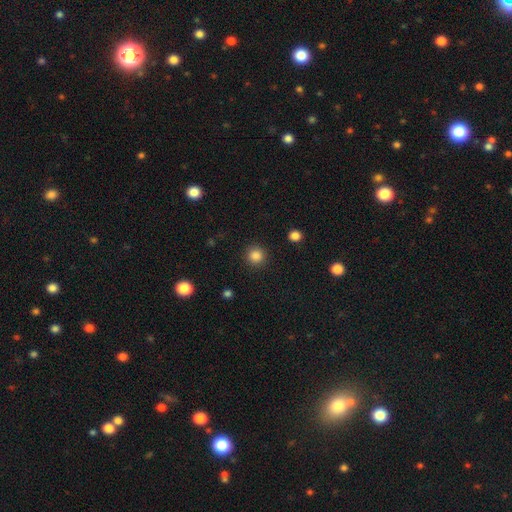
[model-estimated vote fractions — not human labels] smooth_or_featured: smooth (p=0.86) [alt: star or artifact p=0.11]
how_rounded: round (p=0.94) [alt: in between p=0.05]
merging: none (p=0.91) [alt: minor disturbance p=0.05]